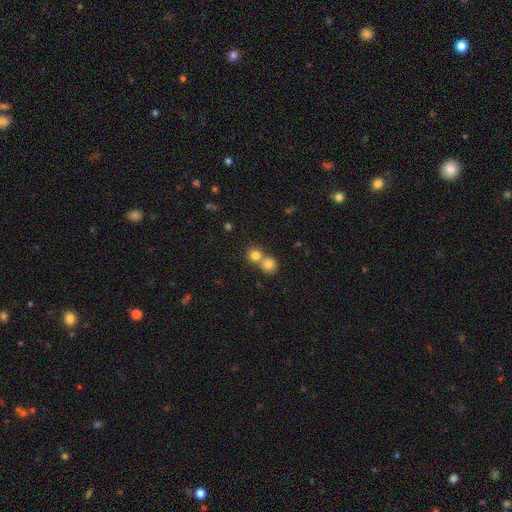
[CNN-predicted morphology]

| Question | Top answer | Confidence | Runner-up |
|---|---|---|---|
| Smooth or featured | smooth | 79% | star or artifact (12%) |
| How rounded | round | 88% | in between (11%) |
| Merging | merger | 48% | none (45%) |